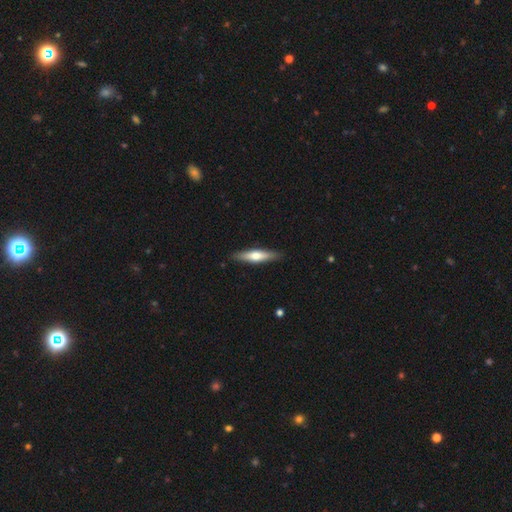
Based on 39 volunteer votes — smooth 62%, featured or disk 36%, star or artifact 3%. Down the decision tree: how rounded — cigar-shaped (71%); merging — none (87%).